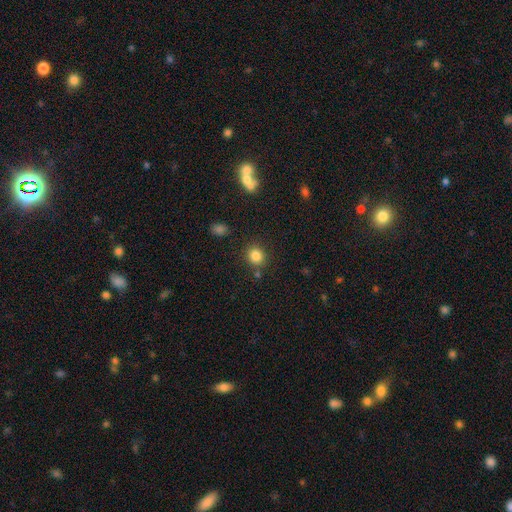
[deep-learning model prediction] Q: Smooth or featured?
A: smooth (84%); runner-up: star or artifact (11%)
Q: How rounded?
A: round (80%); runner-up: in between (20%)
Q: Merging?
A: none (82%); runner-up: minor disturbance (9%)